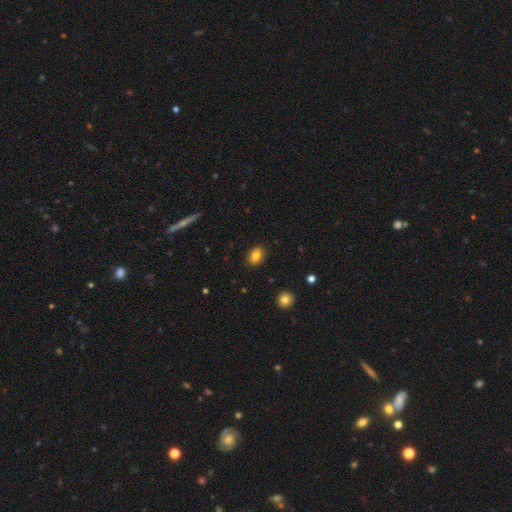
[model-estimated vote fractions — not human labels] smooth 83%, star or artifact 9%, featured or disk 8%. Down the decision tree: how rounded — in between (80%); merging — none (88%).